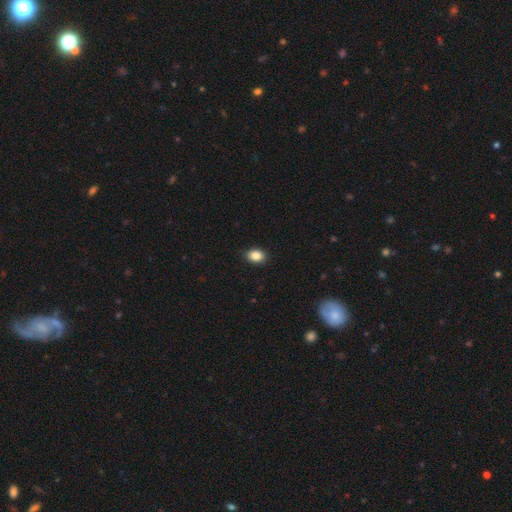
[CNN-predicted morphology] Overall: smooth (86%). How rounded: in between (64%; round 34%). Merging: none (89%).